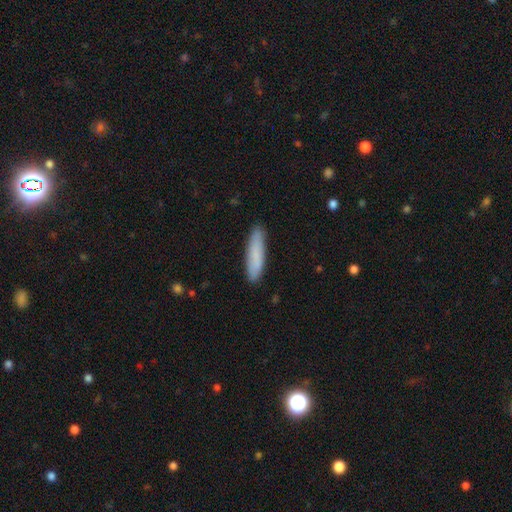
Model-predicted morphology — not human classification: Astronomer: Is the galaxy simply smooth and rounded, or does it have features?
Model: smooth — 83%.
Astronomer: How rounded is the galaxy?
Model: cigar-shaped — 84%.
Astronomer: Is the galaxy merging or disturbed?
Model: none — 89%.